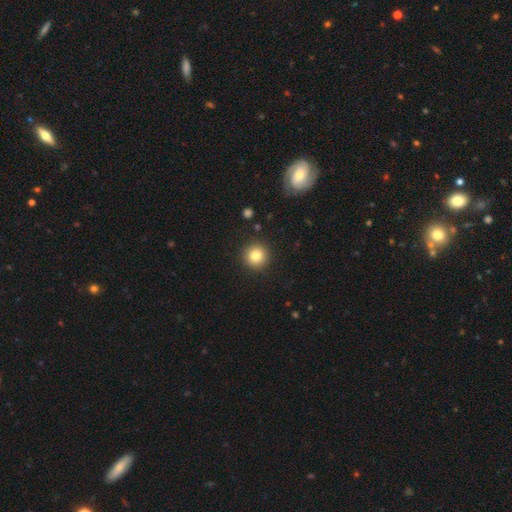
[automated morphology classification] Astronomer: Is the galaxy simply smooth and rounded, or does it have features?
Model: smooth — 82%.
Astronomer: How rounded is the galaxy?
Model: round — 94%.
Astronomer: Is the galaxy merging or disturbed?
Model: none — 91%.